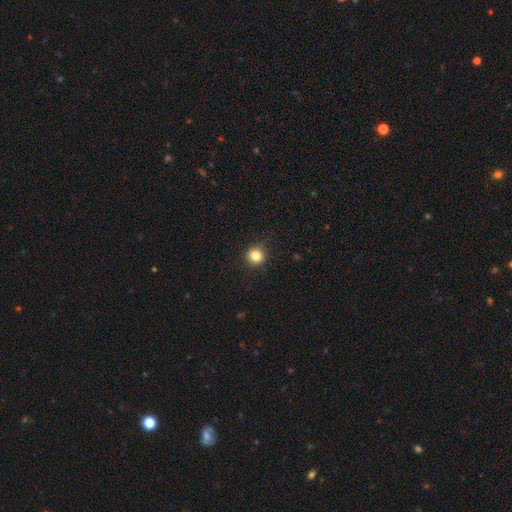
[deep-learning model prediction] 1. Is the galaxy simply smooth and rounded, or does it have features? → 83% smooth, 12% star or artifact, 5% featured or disk.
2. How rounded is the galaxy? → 94% round, 5% in between, 1% cigar-shaped.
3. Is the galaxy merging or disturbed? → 89% none, 8% minor disturbance, 2% major disturbance, 1% merger.